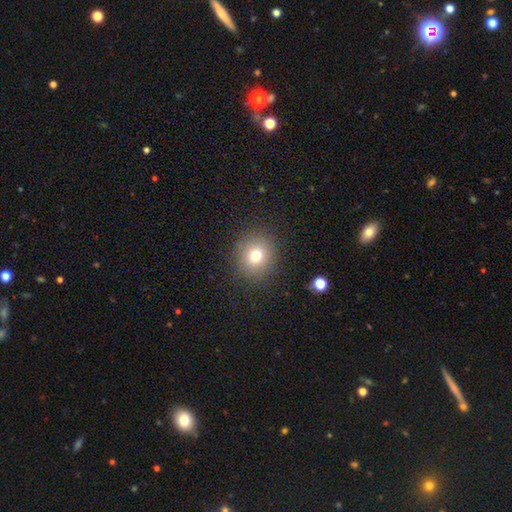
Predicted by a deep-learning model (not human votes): smooth-or-featured: smooth: 74% | star or artifact: 15% | featured or disk: 11%
  how-rounded: round: 84% | in between: 15% | cigar-shaped: 1%
  merging: none: 88% | minor disturbance: 8% | major disturbance: 4% | merger: 1%